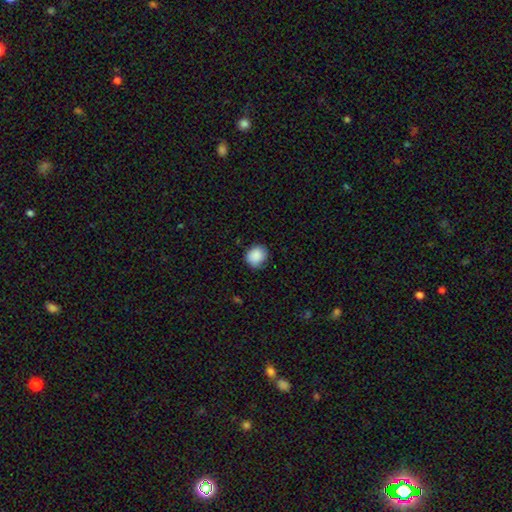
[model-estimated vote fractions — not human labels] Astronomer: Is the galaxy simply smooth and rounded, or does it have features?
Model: smooth — 88%.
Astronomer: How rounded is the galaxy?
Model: round — 74%.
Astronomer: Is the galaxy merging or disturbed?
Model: none — 78%.